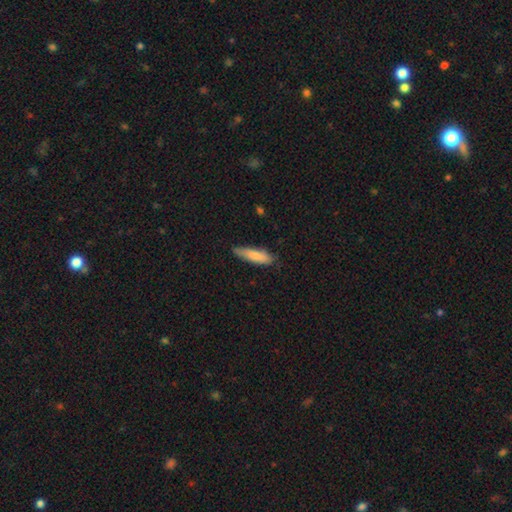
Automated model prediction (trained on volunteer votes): Smooth or featured? Predicted: smooth (p=0.82). How rounded? Predicted: cigar-shaped (p=0.67). Merging? Predicted: none (p=0.70).